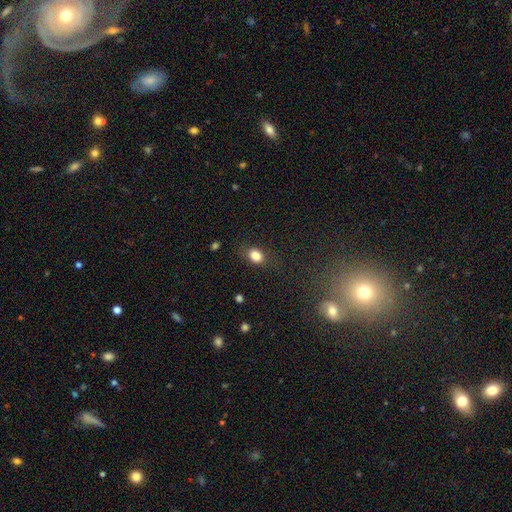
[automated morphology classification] Q: Smooth or featured?
A: smooth (84%); runner-up: star or artifact (10%)
Q: How rounded?
A: in between (67%); runner-up: round (32%)
Q: Merging?
A: none (78%); runner-up: minor disturbance (16%)